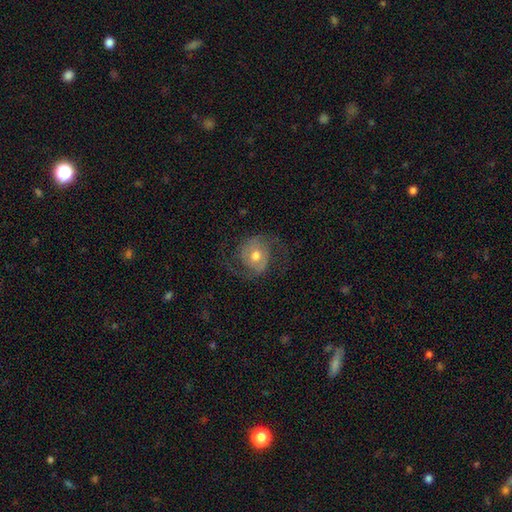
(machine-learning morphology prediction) Smooth or featured? Predicted: featured or disk (p=0.78). Edge-on disk? Predicted: no (p=0.98). Bar? Predicted: no (p=0.62). Spiral arms? Predicted: yes (p=0.92). Spiral winding? Predicted: medium (p=0.48). Spiral arm count? Predicted: 2 (p=0.89). Bulge size? Predicted: moderate (p=0.73). Merging? Predicted: none (p=0.68).